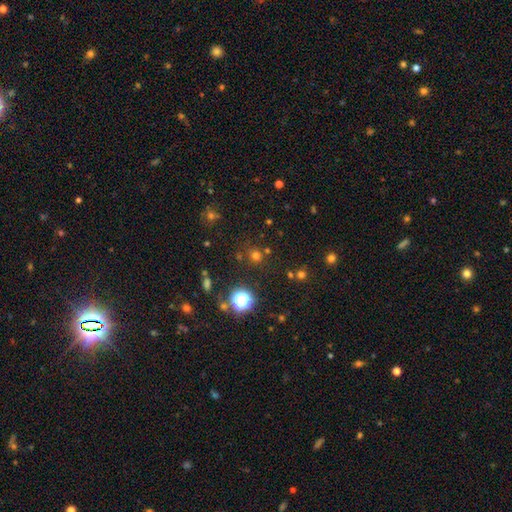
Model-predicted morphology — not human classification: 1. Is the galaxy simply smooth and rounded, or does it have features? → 63% smooth, 30% star or artifact, 6% featured or disk.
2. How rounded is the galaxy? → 90% round, 9% in between, 1% cigar-shaped.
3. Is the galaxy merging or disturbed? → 83% none, 9% minor disturbance, 5% merger, 4% major disturbance.